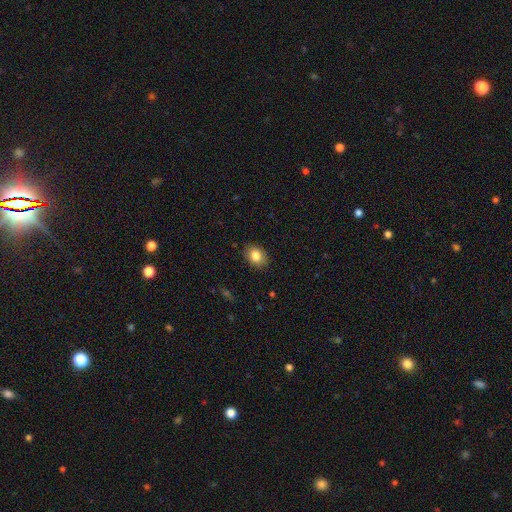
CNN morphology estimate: type=smooth (83%); roundness=in between (64%); merging=none (88%).